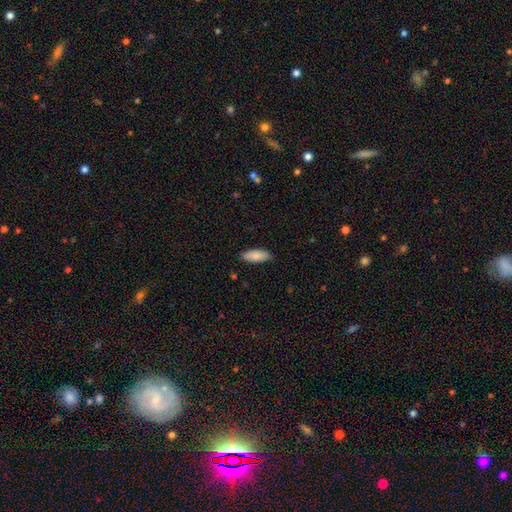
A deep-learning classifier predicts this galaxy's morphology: The model was most divided on "how rounded": in between: 76%, cigar-shaped: 22%, round: 2%. More confident: smooth or featured — smooth (87%); merging — none (85%).